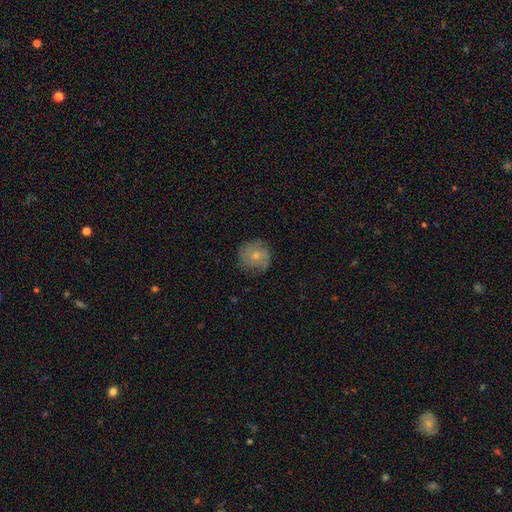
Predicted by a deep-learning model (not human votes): Morphology: type=smooth (52%); roundness=round (89%); merging=none (74%).